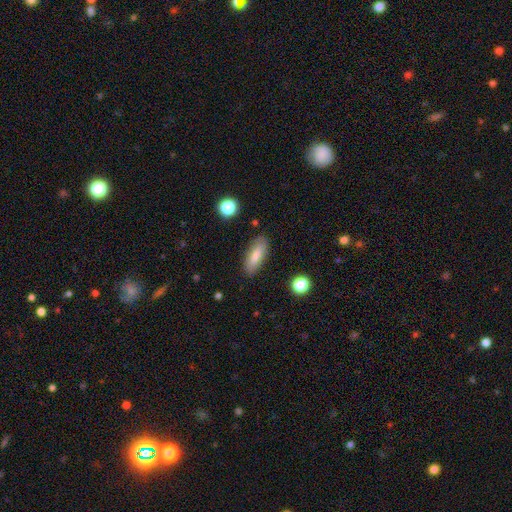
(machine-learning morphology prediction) A smooth galaxy with no disk features (78%) that is in between round and cigar-shaped (61%). Merging: none (85%).